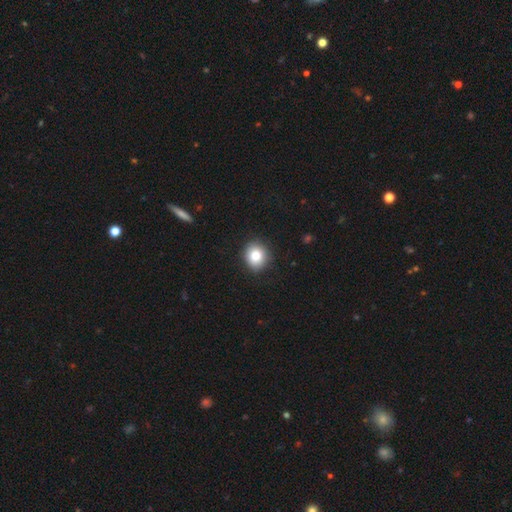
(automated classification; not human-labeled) A smooth galaxy with no disk features (81%) that is round (78%). Merging: none (89%).